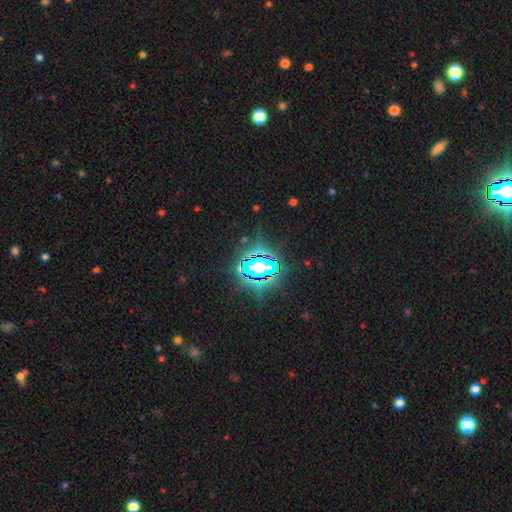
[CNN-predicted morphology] Smooth or featured: star or artifact — 84% (smooth — 9%)